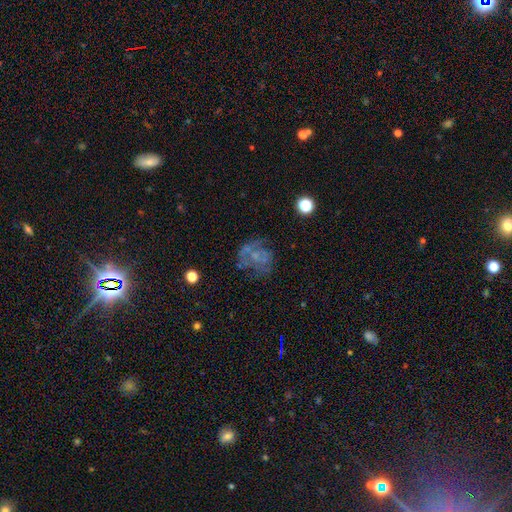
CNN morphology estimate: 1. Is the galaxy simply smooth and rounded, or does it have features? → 54% featured or disk, 28% smooth, 19% star or artifact.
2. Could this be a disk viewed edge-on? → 98% no, 2% yes.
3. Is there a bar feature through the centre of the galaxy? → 84% no, 13% weak, 3% strong.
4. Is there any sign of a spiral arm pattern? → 60% no, 40% yes.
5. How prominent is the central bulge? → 47% none, 36% small, 13% moderate, 2% large, 1% dominant.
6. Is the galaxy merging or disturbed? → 51% none, 24% major disturbance, 20% minor disturbance, 5% merger.